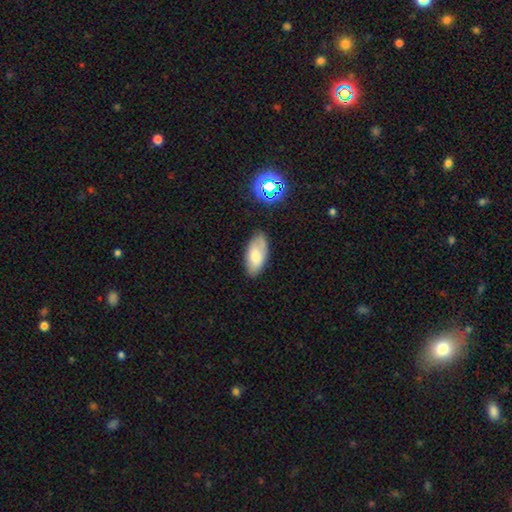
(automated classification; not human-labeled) A smooth galaxy with no disk features (73%) that is in between round and cigar-shaped (92%).

Vote fractions:
- Smooth or featured? smooth: 73% / featured or disk: 19% / star or artifact: 9%
- How rounded? in between: 92% / cigar-shaped: 5% / round: 3%
- Merging? none: 79% / minor disturbance: 16% / major disturbance: 3% / merger: 2%